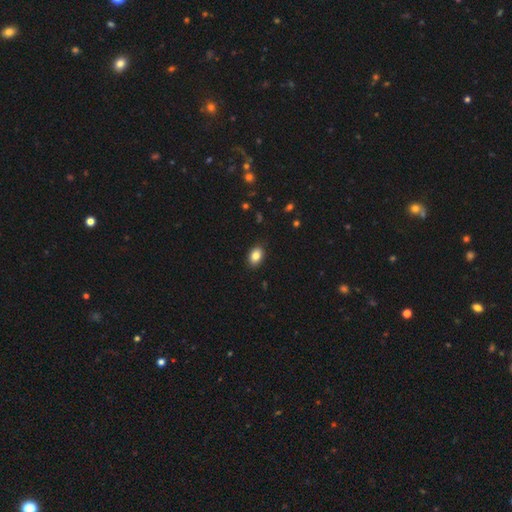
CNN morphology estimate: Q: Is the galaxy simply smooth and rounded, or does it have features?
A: smooth — 85%.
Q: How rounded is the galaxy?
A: in between — 84%.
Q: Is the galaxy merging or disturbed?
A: none — 89%.